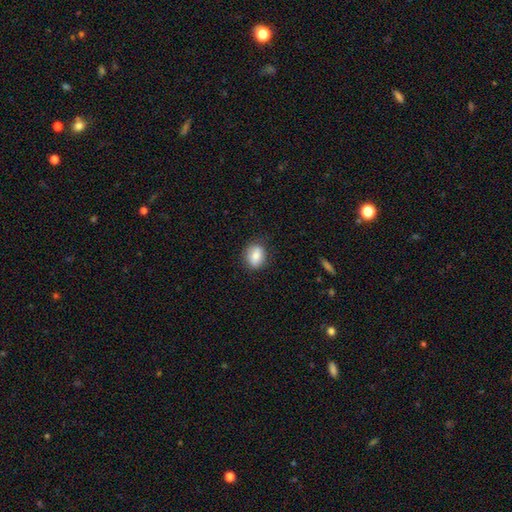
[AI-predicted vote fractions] Smooth or featured?
  - smooth: 80% *
  - featured or disk: 12%
  - star or artifact: 8%
How rounded?
  - in between: 54% *
  - round: 44%
  - cigar-shaped: 2%
Merging?
  - none: 81% *
  - minor disturbance: 15%
  - major disturbance: 3%
  - merger: 1%